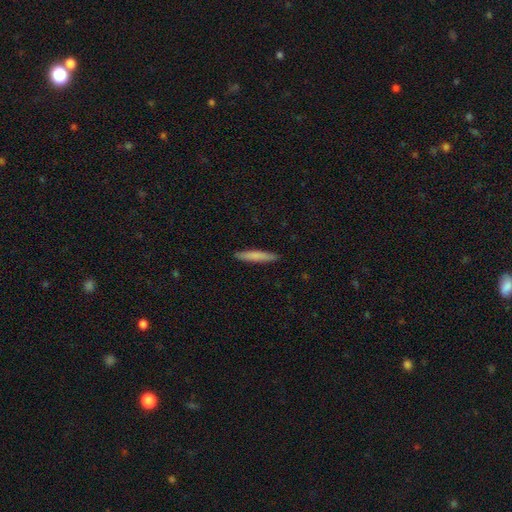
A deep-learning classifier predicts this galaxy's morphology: smooth_or_featured: smooth (p=0.78) [alt: featured or disk p=0.17]
how_rounded: cigar-shaped (p=0.93) [alt: in between p=0.06]
merging: none (p=0.91) [alt: minor disturbance p=0.06]